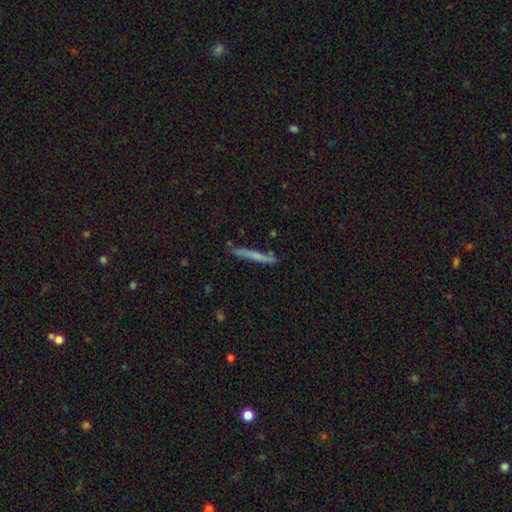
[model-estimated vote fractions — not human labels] smooth_or_featured: smooth (p=0.60) [alt: featured or disk p=0.33]
how_rounded: cigar-shaped (p=0.96) [alt: in between p=0.03]
merging: none (p=0.77) [alt: minor disturbance p=0.16]